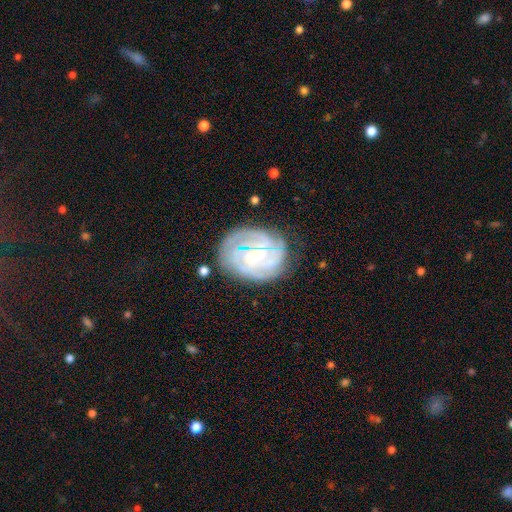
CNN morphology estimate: smooth_or_featured: featured or disk (p=0.81) [alt: smooth p=0.13]
disk_edge_on: no (p=0.97) [alt: yes p=0.03]
bar: no (p=0.55) [alt: weak p=0.36]
has_spiral_arms: yes (p=0.94) [alt: no p=0.06]
spiral_winding: tight (p=0.76) [alt: medium p=0.20]
spiral_arm_count: can't tell (p=0.37) [alt: 3 p=0.19]
bulge_size: small (p=0.56) [alt: moderate p=0.37]
merging: none (p=0.75) [alt: minor disturbance p=0.17]